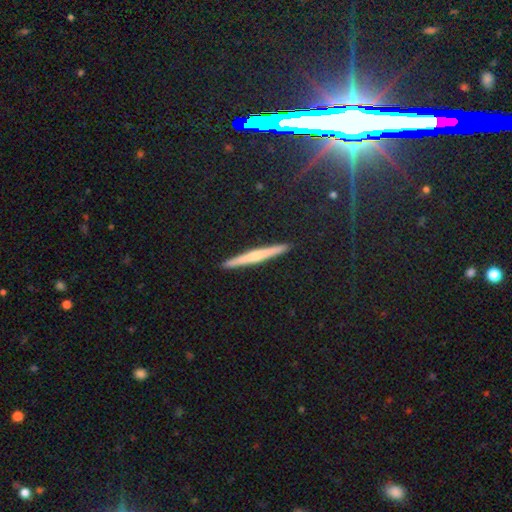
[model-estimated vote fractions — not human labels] This appears to be a featured or disk galaxy (54%) viewed edge-on (97%) with a rounded central bulge (60%). Merging: none (92%).